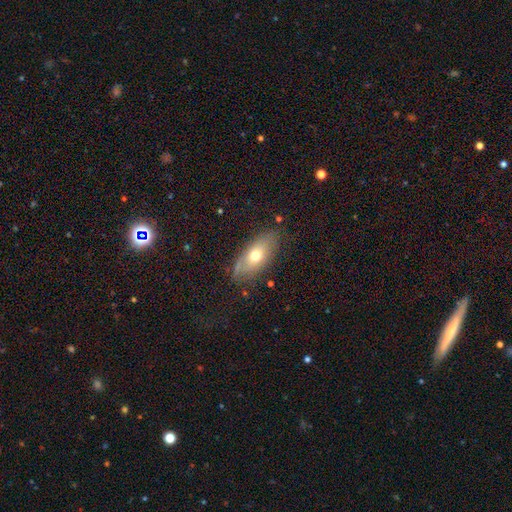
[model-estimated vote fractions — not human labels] smooth 58%, featured or disk 33%, star or artifact 8%. Down the decision tree: how rounded — in between (83%); merging — none (76%).